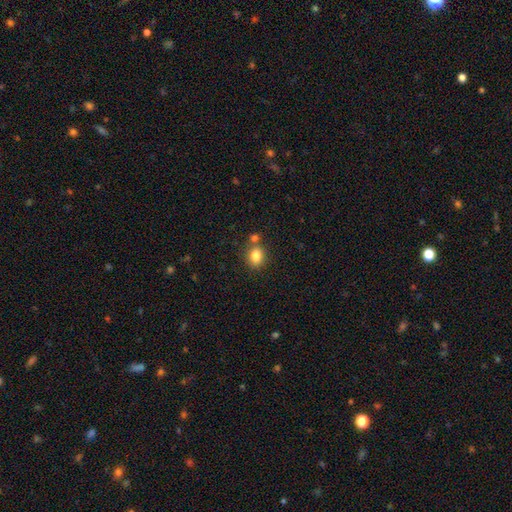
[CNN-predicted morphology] smooth-or-featured: smooth: 83% | star or artifact: 10% | featured or disk: 7%
  how-rounded: in between: 52% | round: 47% | cigar-shaped: 1%
  merging: none: 66% | merger: 19% | minor disturbance: 11% | major disturbance: 3%